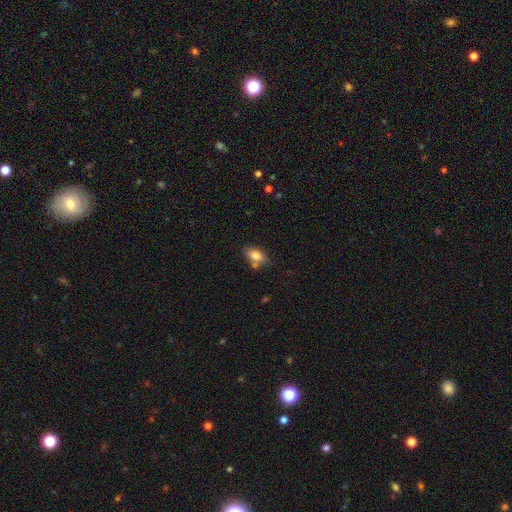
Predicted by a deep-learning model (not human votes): smooth_or_featured: smooth (p=0.80) [alt: featured or disk p=0.12]
how_rounded: in between (p=0.87) [alt: round p=0.07]
merging: none (p=0.61) [alt: minor disturbance p=0.19]